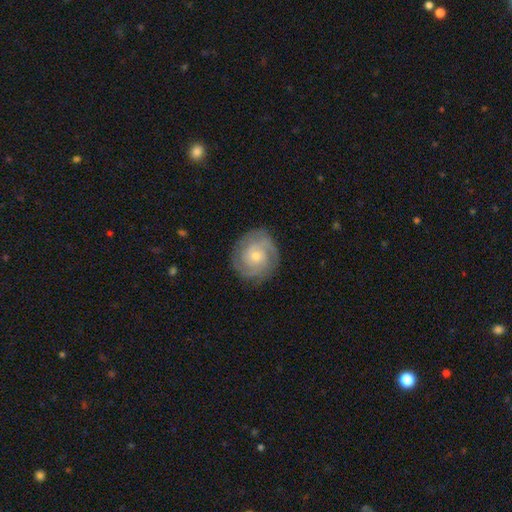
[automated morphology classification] smooth_or_featured: featured or disk (p=0.82) [alt: smooth p=0.13]
disk_edge_on: no (p=0.98) [alt: yes p=0.02]
bar: no (p=0.75) [alt: weak p=0.21]
has_spiral_arms: yes (p=0.96) [alt: no p=0.04]
spiral_winding: tight (p=0.68) [alt: medium p=0.27]
spiral_arm_count: 3 (p=0.33) [tied with: 2 p=0.33]
bulge_size: small (p=0.60) [alt: moderate p=0.36]
merging: none (p=0.84) [alt: minor disturbance p=0.11]